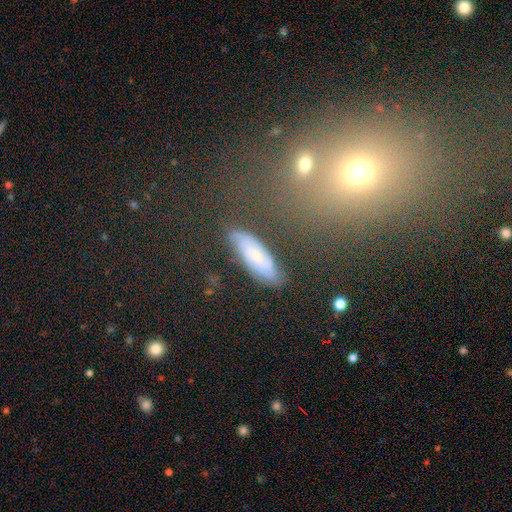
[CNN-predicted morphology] Smooth or featured?
  - featured or disk: 51% *
  - smooth: 37%
  - star or artifact: 12%
Edge-on disk?
  - no: 80% *
  - yes: 20%
Merging?
  - none: 78% *
  - minor disturbance: 15%
  - major disturbance: 4%
  - merger: 2%